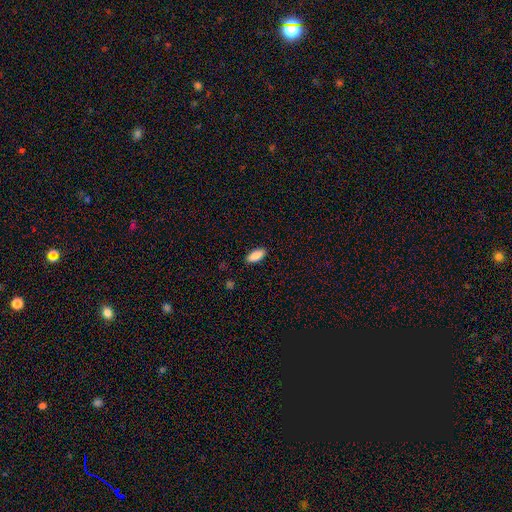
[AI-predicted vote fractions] The model was most divided on "how rounded": in between: 83%, cigar-shaped: 15%, round: 2%. More confident: smooth or featured — smooth (89%); merging — none (89%).